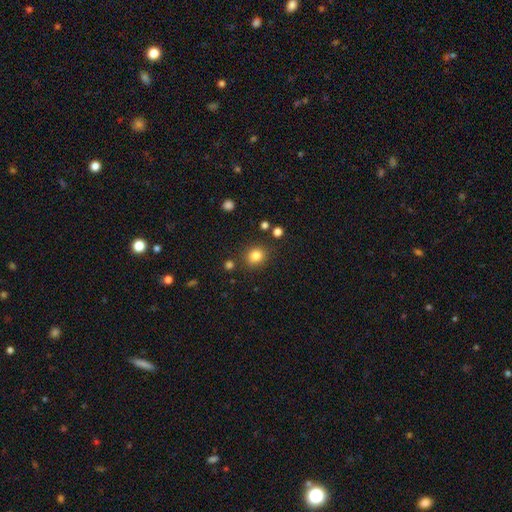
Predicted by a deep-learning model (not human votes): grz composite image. It shows a smooth galaxy with no disk features (82%) that is round (76%). Merging: none (83%).